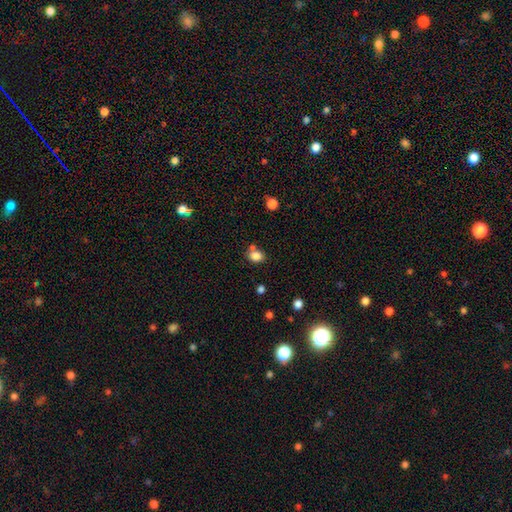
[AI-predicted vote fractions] smooth-or-featured: smooth: 83% | star or artifact: 11% | featured or disk: 6%
  how-rounded: in between: 52% | round: 47% | cigar-shaped: 1%
  merging: none: 61% | merger: 21% | minor disturbance: 14% | major disturbance: 4%